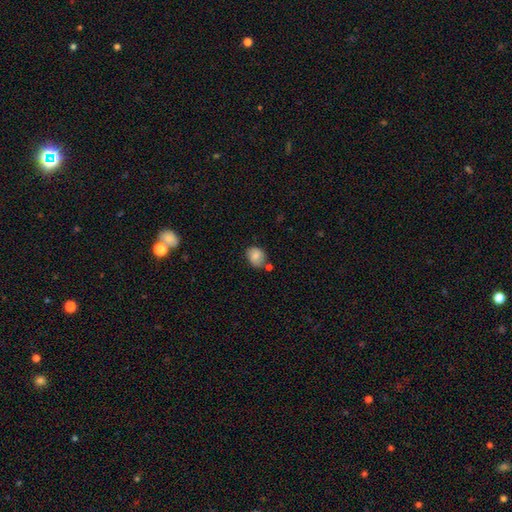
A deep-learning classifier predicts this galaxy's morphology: Smooth or featured?
  - smooth: 80% *
  - featured or disk: 12%
  - star or artifact: 8%
How rounded?
  - round: 52% *
  - in between: 47%
  - cigar-shaped: 1%
Merging?
  - none: 64% *
  - minor disturbance: 19%
  - merger: 12%
  - major disturbance: 4%